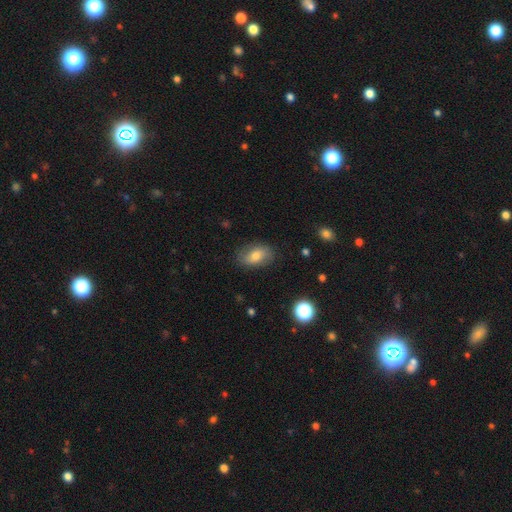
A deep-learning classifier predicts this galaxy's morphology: Q: Smooth or featured?
A: smooth (62%); runner-up: featured or disk (29%)
Q: How rounded?
A: in between (86%); runner-up: round (12%)
Q: Merging?
A: none (78%); runner-up: minor disturbance (16%)